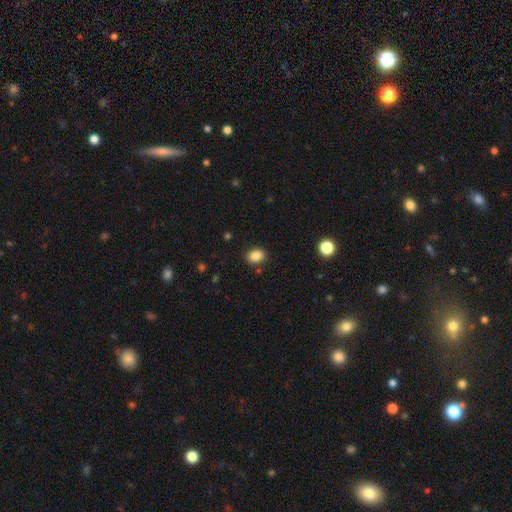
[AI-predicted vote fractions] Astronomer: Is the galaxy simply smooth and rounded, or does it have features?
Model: smooth — 86%.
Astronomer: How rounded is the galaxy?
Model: in between — 63%.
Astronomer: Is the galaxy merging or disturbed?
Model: none — 86%.